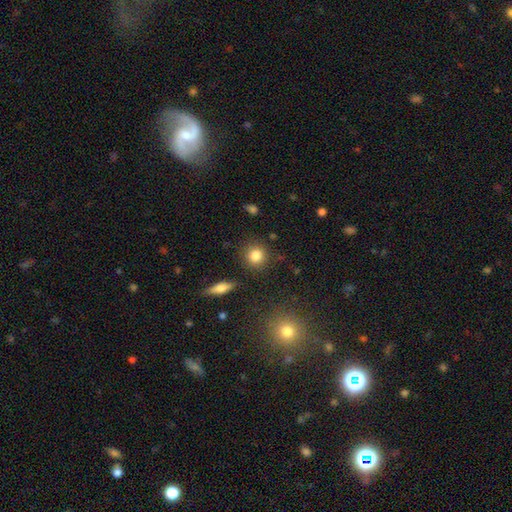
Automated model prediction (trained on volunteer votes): The model was most divided on "smooth or featured": smooth: 84%, star or artifact: 10%, featured or disk: 6%. More confident: how rounded — round (88%); merging — none (87%).